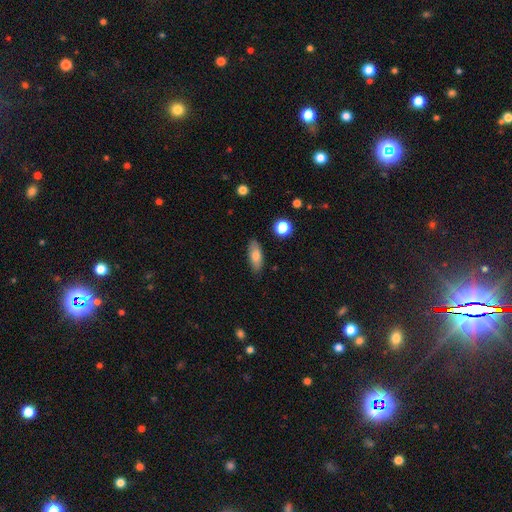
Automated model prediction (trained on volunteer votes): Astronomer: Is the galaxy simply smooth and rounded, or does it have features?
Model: smooth — 75%.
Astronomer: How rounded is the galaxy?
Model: in between — 75%.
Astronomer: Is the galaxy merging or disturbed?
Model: none — 85%.